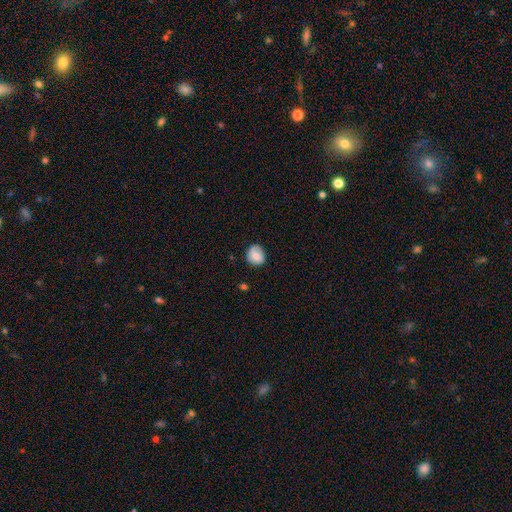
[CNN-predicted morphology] smooth 79%, featured or disk 14%, star or artifact 8%. Down the decision tree: how rounded — round (78%); merging — none (74%).